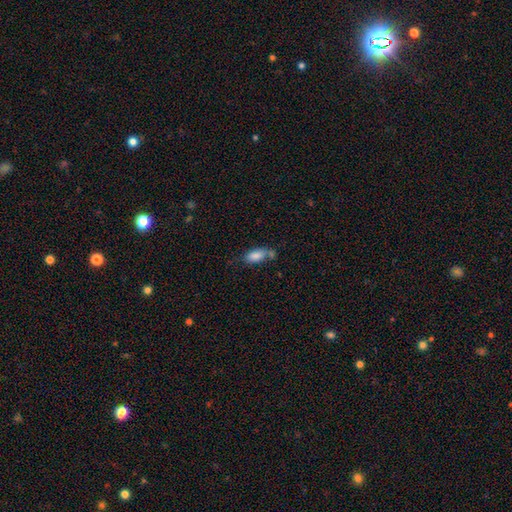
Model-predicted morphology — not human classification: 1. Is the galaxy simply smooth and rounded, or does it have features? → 83% smooth, 9% featured or disk, 8% star or artifact.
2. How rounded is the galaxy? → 86% in between, 11% cigar-shaped, 3% round.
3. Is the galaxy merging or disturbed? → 47% none, 23% merger, 22% minor disturbance, 8% major disturbance.